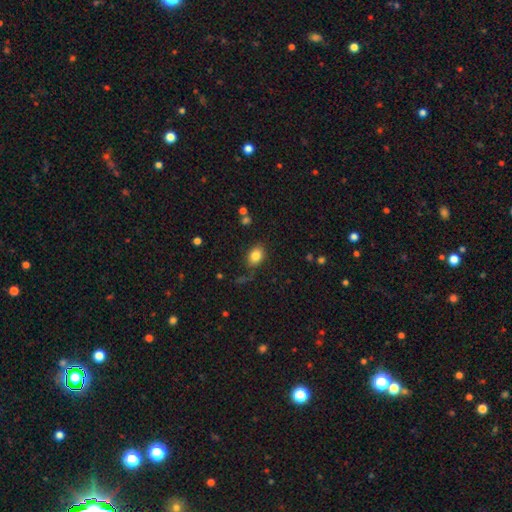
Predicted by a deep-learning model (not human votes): Morphology: type=smooth (83%); roundness=in between (70%); merging=none (76%).